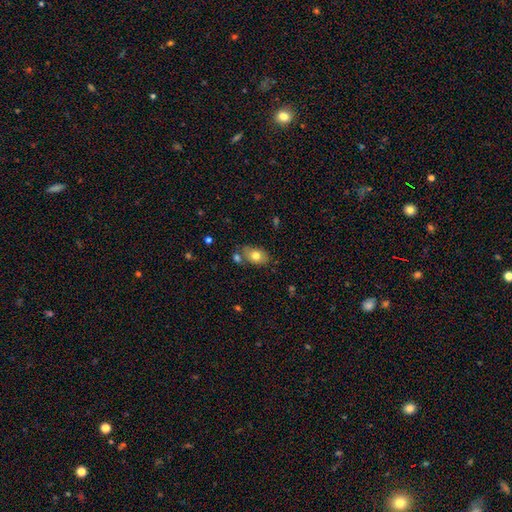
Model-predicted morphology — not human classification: Smooth or featured?
  - smooth: 76% *
  - featured or disk: 16%
  - star or artifact: 8%
How rounded?
  - in between: 84% *
  - round: 15%
  - cigar-shaped: 1%
Merging?
  - none: 66% *
  - minor disturbance: 16%
  - merger: 14%
  - major disturbance: 4%